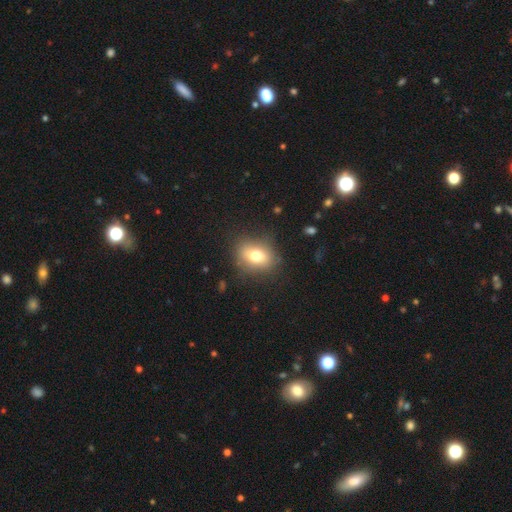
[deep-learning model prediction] This is likely a smooth galaxy (73%). How rounded: possibly in between (58%). Merging: clearly none (81%).